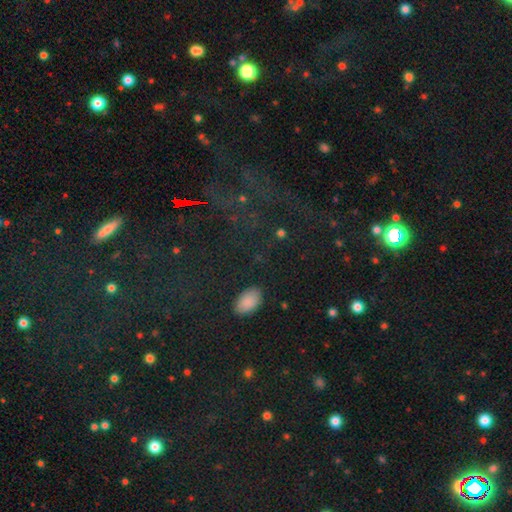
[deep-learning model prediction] Q: Smooth or featured?
A: star or artifact (57%); runner-up: smooth (32%)